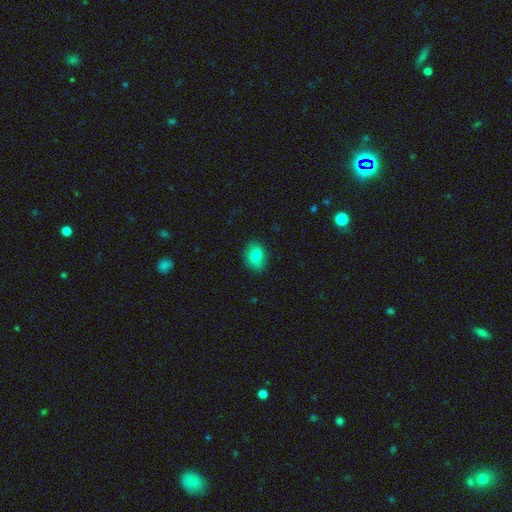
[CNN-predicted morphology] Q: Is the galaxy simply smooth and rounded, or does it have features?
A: smooth — 81%.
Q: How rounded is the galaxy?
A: in between — 64%.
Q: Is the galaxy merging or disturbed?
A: none — 87%.